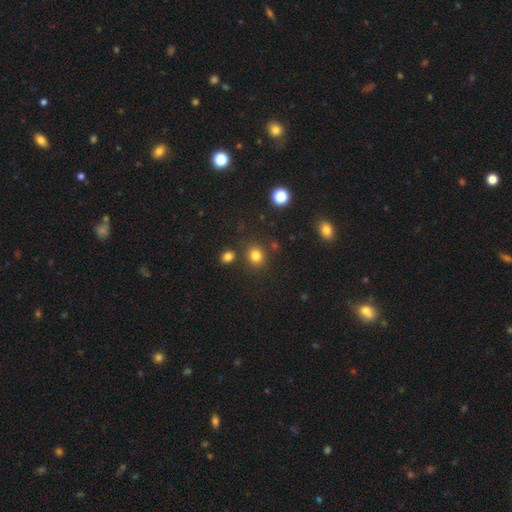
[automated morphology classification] Smooth or featured?
  - smooth: 81% *
  - star or artifact: 14%
  - featured or disk: 5%
How rounded?
  - round: 81% *
  - in between: 18%
  - cigar-shaped: 1%
Merging?
  - none: 81% *
  - minor disturbance: 8%
  - merger: 7%
  - major disturbance: 3%